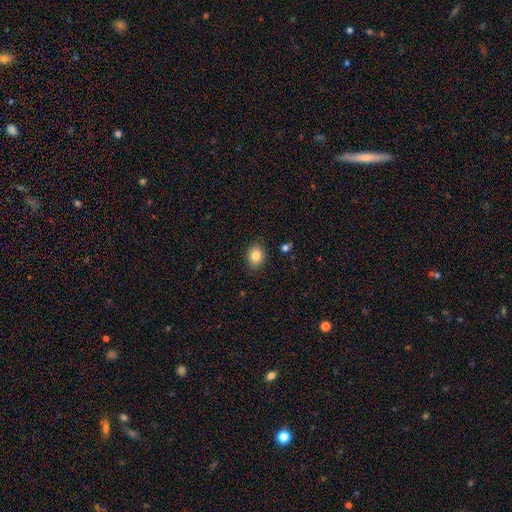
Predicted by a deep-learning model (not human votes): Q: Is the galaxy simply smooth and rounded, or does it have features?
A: smooth — 83%.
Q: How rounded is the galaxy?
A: round — 51%.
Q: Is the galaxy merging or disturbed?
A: none — 88%.